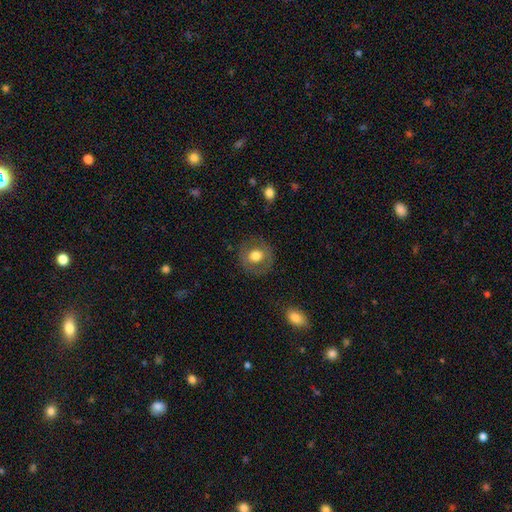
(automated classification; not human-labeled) Smooth or featured: smooth — 64% (featured or disk — 28%)
How rounded: round — 85% (in between — 14%)
Merging: none — 83% (minor disturbance — 11%)